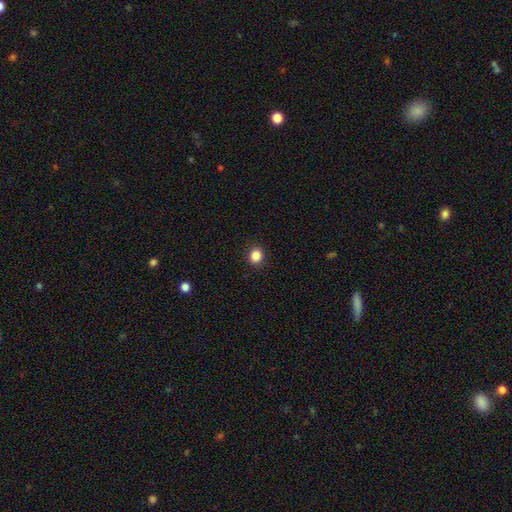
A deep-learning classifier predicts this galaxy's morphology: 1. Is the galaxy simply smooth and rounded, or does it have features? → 86% smooth, 11% star or artifact, 3% featured or disk.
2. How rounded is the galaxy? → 75% round, 24% in between, 1% cigar-shaped.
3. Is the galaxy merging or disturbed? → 91% none, 6% minor disturbance, 2% major disturbance, 1% merger.